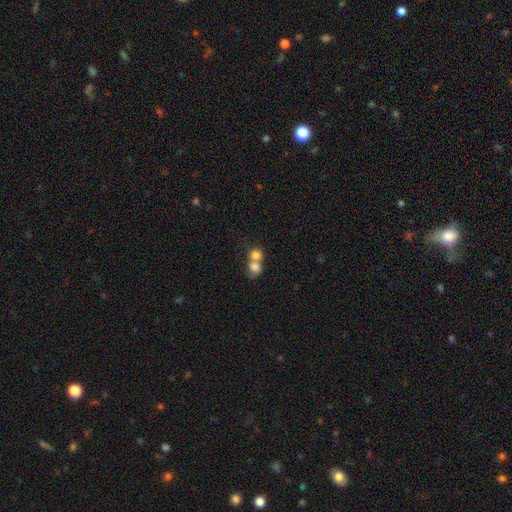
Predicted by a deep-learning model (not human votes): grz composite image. It shows a smooth galaxy with no disk features (78%) that is round (70%). Merging: merger (69%).